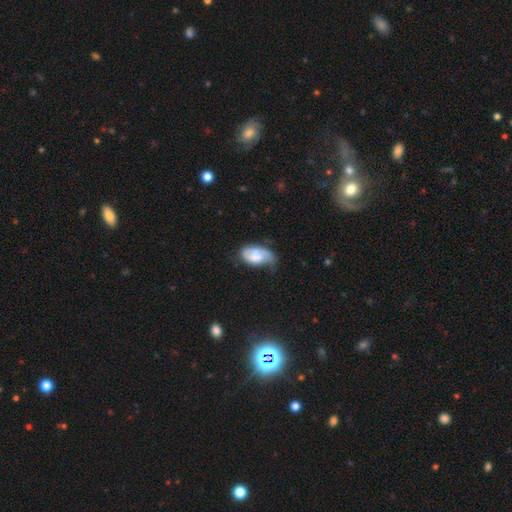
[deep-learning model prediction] Q: Smooth or featured?
A: smooth (51%); runner-up: featured or disk (42%)
Q: How rounded?
A: in between (92%); runner-up: round (6%)
Q: Merging?
A: minor disturbance (38%); runner-up: none (34%)